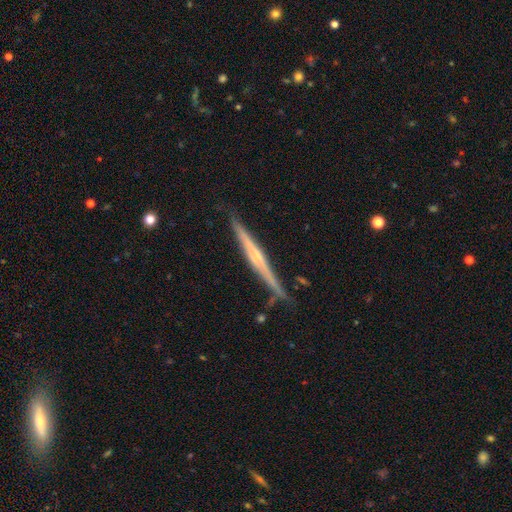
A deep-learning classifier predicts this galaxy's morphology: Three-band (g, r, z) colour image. It shows a featured or disk galaxy (73%) viewed edge-on (98%) with a rounded central bulge (57%). Merging: none (86%).